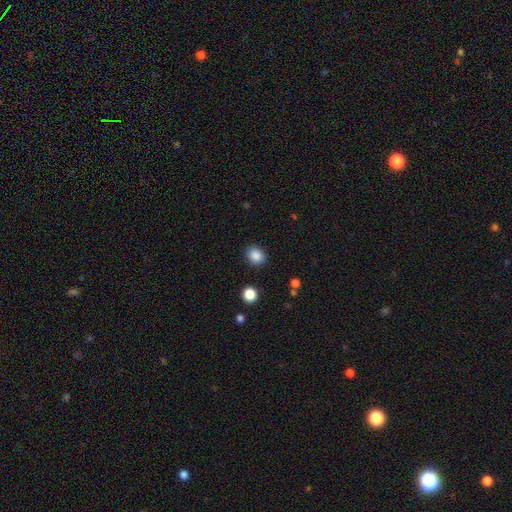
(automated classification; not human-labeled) Overall: smooth (87%). How rounded: round (69%; in between 30%). Merging: none (89%).